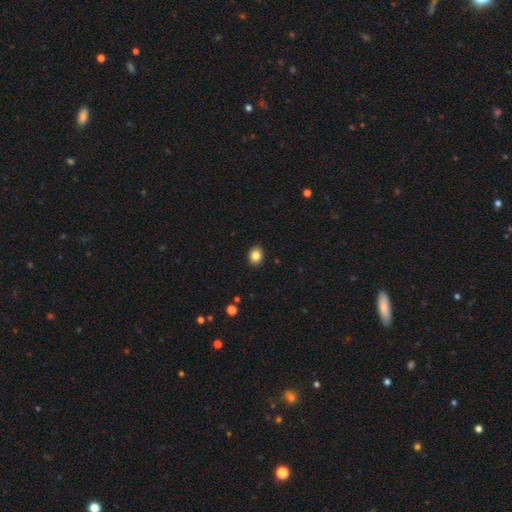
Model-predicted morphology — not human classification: This appears to be a smooth galaxy with no disk features (84%) that is in between round and cigar-shaped (55%). Merging: none (91%).